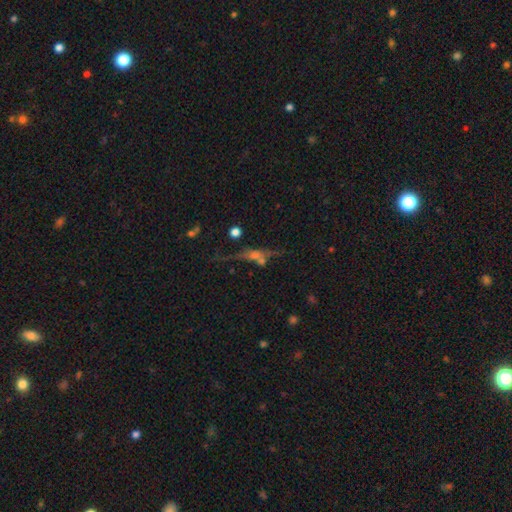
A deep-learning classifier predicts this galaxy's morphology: featured or disk 51%, smooth 31%, star or artifact 18%. Down the decision tree: edge-on disk — yes (65%); merging — none (48%).